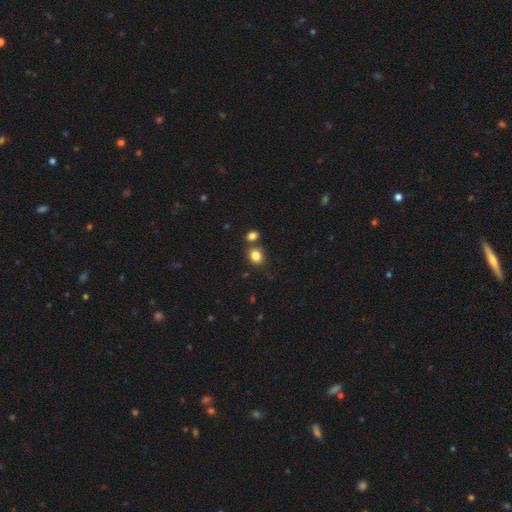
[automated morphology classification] This is clearly a smooth galaxy (84%). How rounded: possibly round (56%). Merging: likely none (65%).